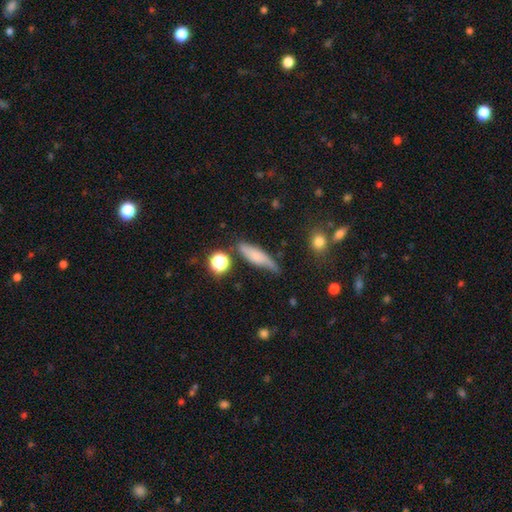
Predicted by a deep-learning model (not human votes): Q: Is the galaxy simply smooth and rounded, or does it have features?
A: smooth — 67%.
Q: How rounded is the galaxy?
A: cigar-shaped — 59%.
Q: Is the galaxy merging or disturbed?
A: none — 58%.